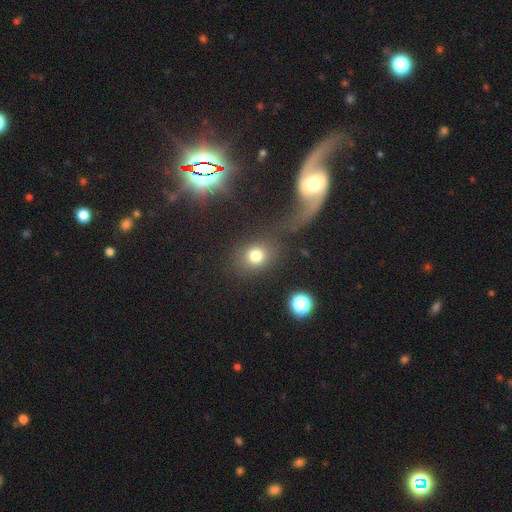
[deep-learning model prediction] Smooth or featured? smooth (77%)
How rounded? round (68%)
Merging? none (68%)